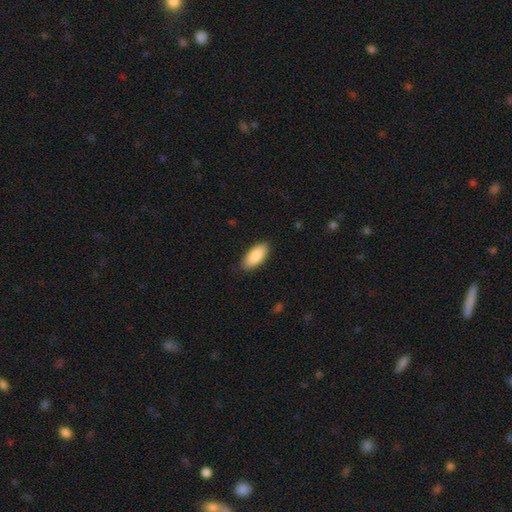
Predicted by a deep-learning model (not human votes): smooth-or-featured: smooth: 89% | star or artifact: 6% | featured or disk: 5%
  how-rounded: in between: 90% | cigar-shaped: 9% | round: 2%
  merging: none: 86% | minor disturbance: 11% | major disturbance: 2% | merger: 1%